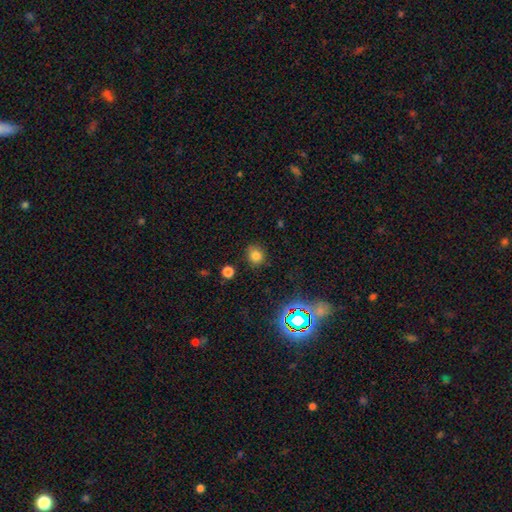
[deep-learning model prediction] Smooth or featured?
  - smooth: 76% *
  - star or artifact: 17%
  - featured or disk: 7%
How rounded?
  - round: 82% *
  - in between: 17%
  - cigar-shaped: 1%
Merging?
  - none: 84% *
  - minor disturbance: 11%
  - major disturbance: 3%
  - merger: 3%